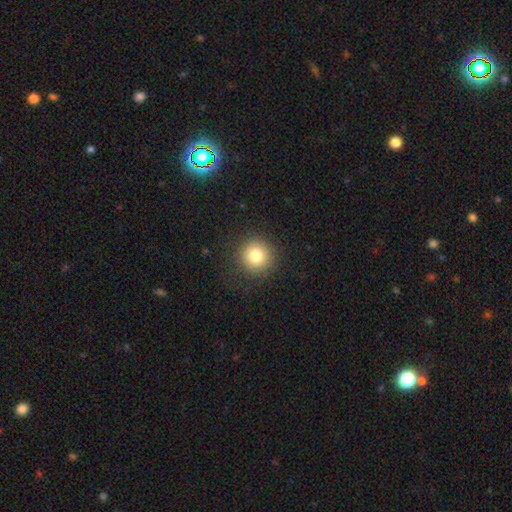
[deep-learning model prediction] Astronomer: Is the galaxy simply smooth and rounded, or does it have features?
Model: smooth — 81%.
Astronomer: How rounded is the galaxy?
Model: round — 94%.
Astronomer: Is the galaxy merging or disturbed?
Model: none — 88%.